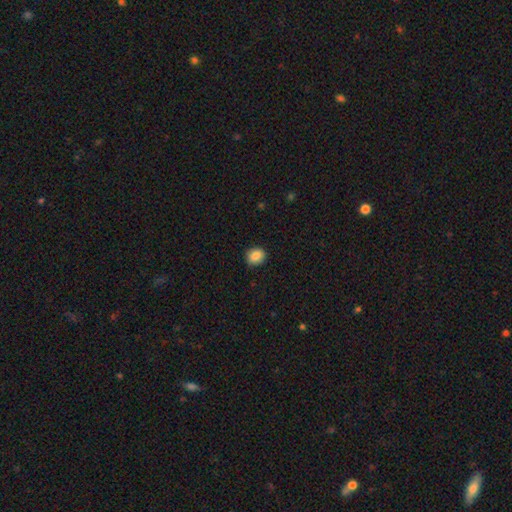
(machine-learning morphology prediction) Overall: smooth (86%). How rounded: round (64%; in between 35%). Merging: none (87%).